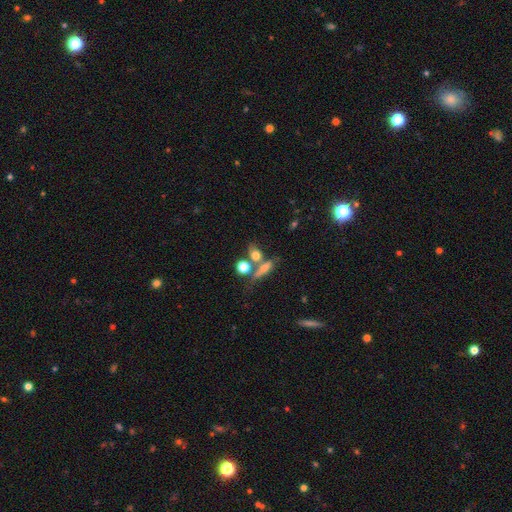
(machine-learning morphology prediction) A smooth galaxy with no disk features (66%) that is round (45%). Merging: none (42%).